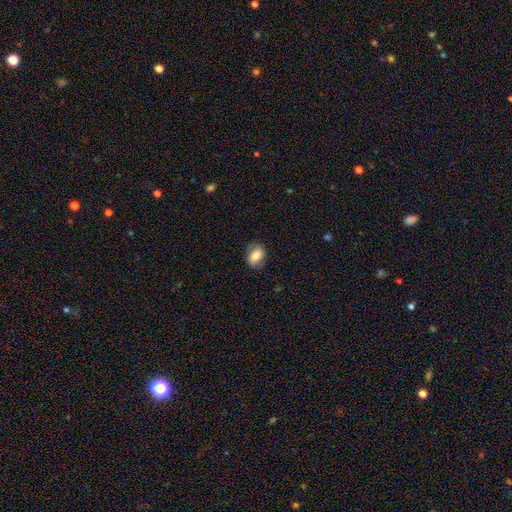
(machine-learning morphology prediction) A smooth galaxy with no disk features (71%) that is in between round and cigar-shaped (70%).

Vote fractions:
- Smooth or featured? smooth: 71% / featured or disk: 21% / star or artifact: 8%
- How rounded? in between: 70% / round: 28% / cigar-shaped: 2%
- Merging? none: 77% / minor disturbance: 17% / major disturbance: 5% / merger: 1%